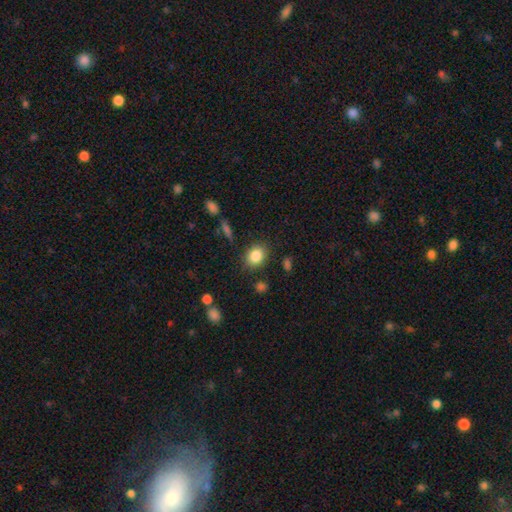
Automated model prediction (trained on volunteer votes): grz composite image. It shows a smooth galaxy with no disk features (84%) that is round (53%). Merging: none (83%).